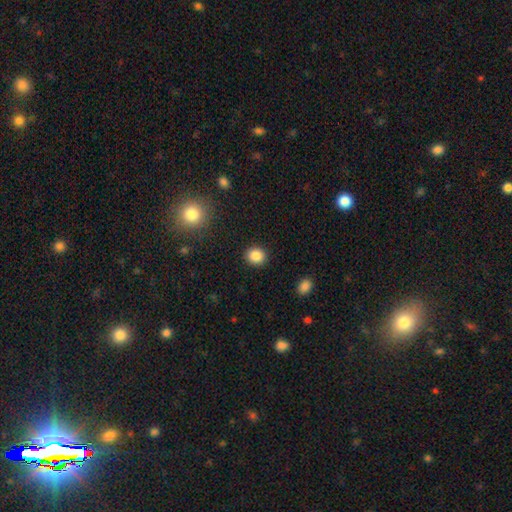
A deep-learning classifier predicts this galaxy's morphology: Smooth or featured?
  - smooth: 86% *
  - star or artifact: 10%
  - featured or disk: 4%
How rounded?
  - round: 80% *
  - in between: 19%
  - cigar-shaped: 1%
Merging?
  - none: 91% *
  - minor disturbance: 6%
  - major disturbance: 2%
  - merger: 1%